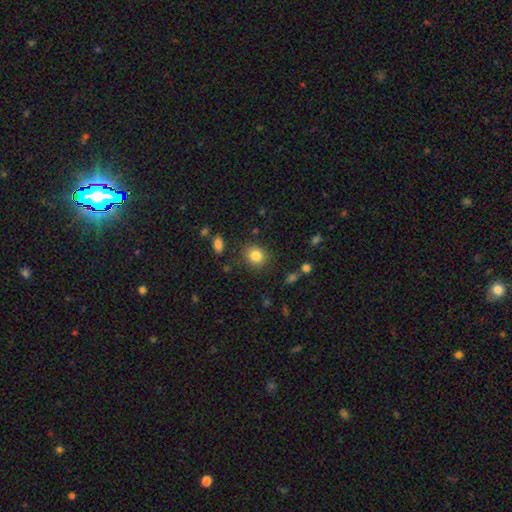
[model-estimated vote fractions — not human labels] smooth 83%, star or artifact 10%, featured or disk 7%. Down the decision tree: how rounded — round (69%); merging — none (85%).